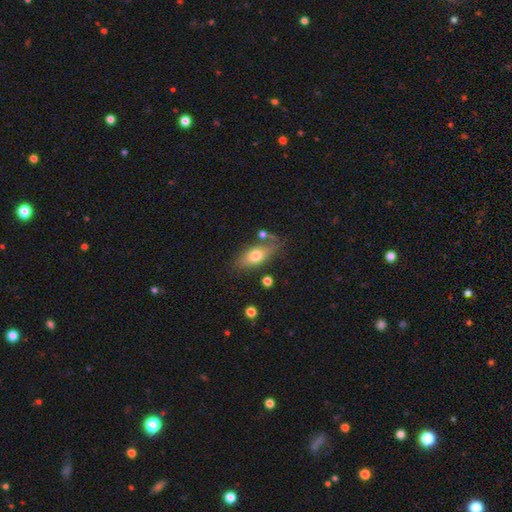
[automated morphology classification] Smooth or featured: smooth — 68% (featured or disk — 25%)
How rounded: in between — 79% (cigar-shaped — 16%)
Merging: none — 67% (minor disturbance — 19%)